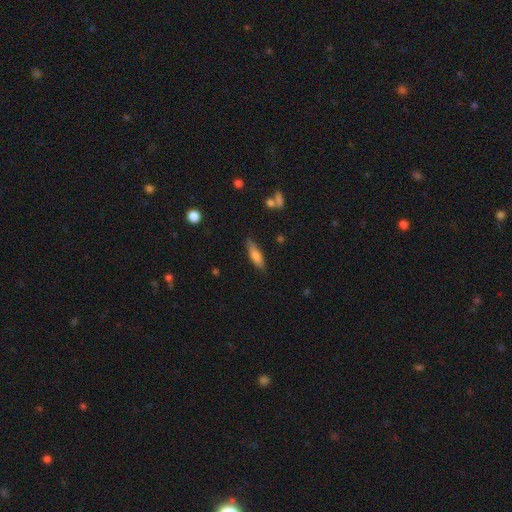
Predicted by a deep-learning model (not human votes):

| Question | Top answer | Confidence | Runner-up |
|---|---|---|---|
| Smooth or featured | smooth | 69% | featured or disk (24%) |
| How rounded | cigar-shaped | 60% | in between (38%) |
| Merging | none | 80% | minor disturbance (15%) |